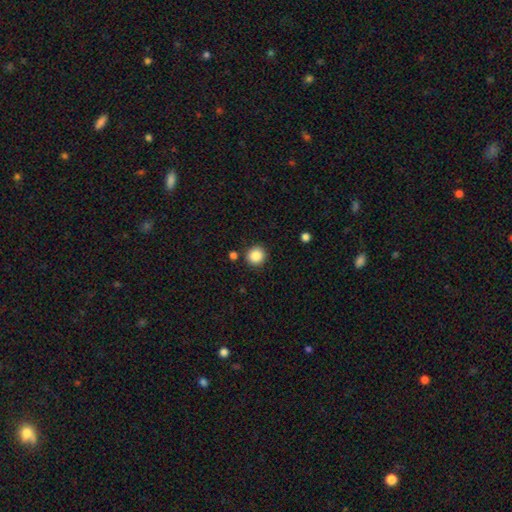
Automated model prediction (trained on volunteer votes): Smooth or featured: smooth — 87% (star or artifact — 9%)
How rounded: round — 92% (in between — 7%)
Merging: none — 87% (minor disturbance — 7%)